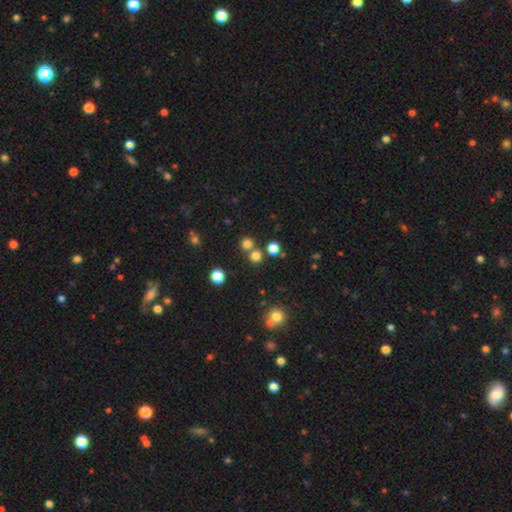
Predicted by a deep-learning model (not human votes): Smooth or featured? smooth (73%)
How rounded? round (90%)
Merging? none (69%)